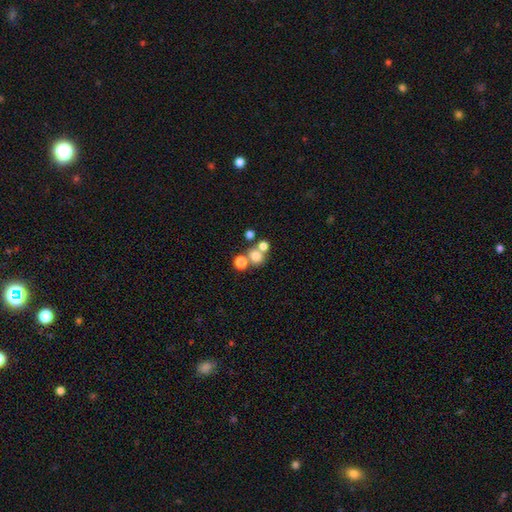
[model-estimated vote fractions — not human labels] This is likely a smooth galaxy (72%). How rounded: clearly round (81%). Merging: possibly none (49%).